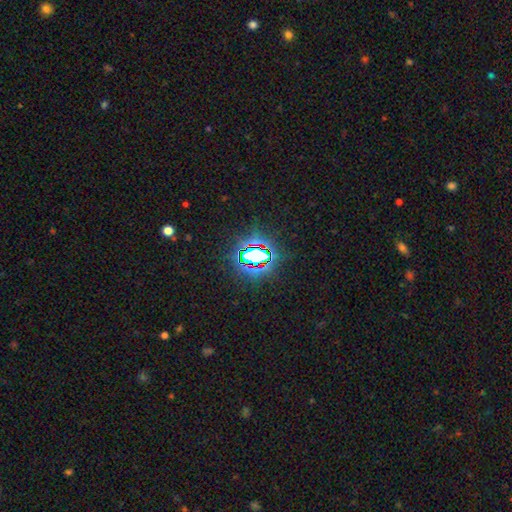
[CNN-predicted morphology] Smooth or featured?
  - star or artifact: 75% *
  - smooth: 15%
  - featured or disk: 10%